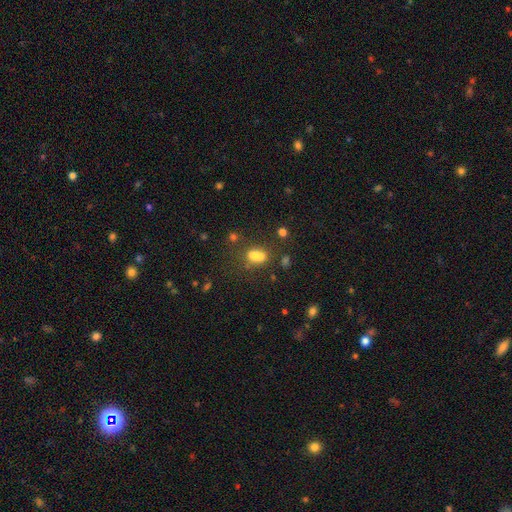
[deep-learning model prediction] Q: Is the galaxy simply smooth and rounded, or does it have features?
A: smooth — 66%.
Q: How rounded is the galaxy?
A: in between — 58%.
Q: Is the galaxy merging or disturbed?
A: merger — 50%.